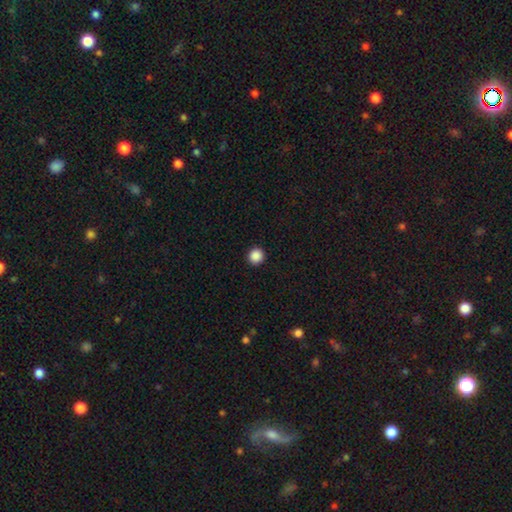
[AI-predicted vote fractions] Q: Smooth or featured?
A: smooth (88%); runner-up: star or artifact (10%)
Q: How rounded?
A: round (95%); runner-up: in between (4%)
Q: Merging?
A: none (94%); runner-up: minor disturbance (4%)